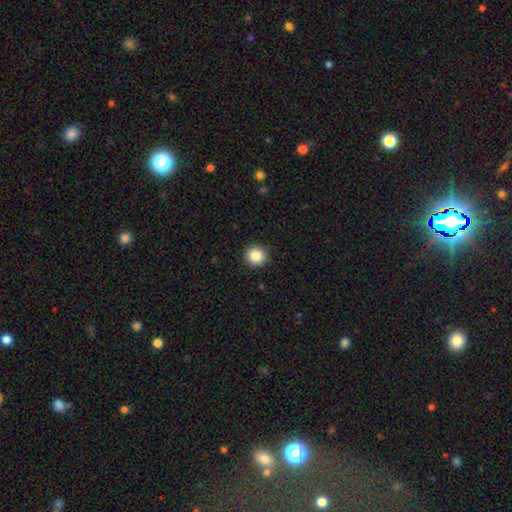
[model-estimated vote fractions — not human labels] smooth_or_featured: smooth (p=0.86) [alt: star or artifact p=0.10]
how_rounded: round (p=0.93) [alt: in between p=0.06]
merging: none (p=0.92) [alt: minor disturbance p=0.06]